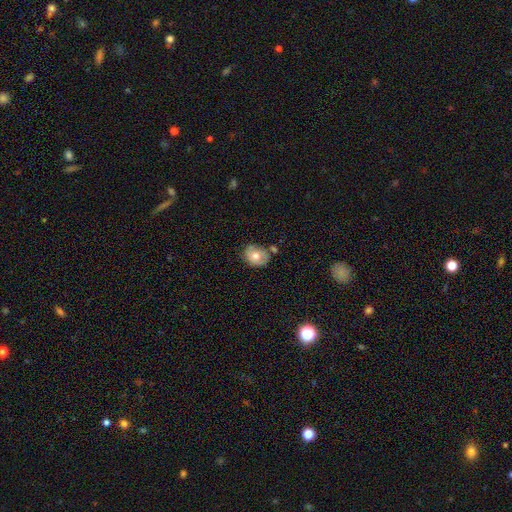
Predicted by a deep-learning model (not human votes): Smooth or featured? smooth (57%)
How rounded? round (53%)
Merging? none (58%)